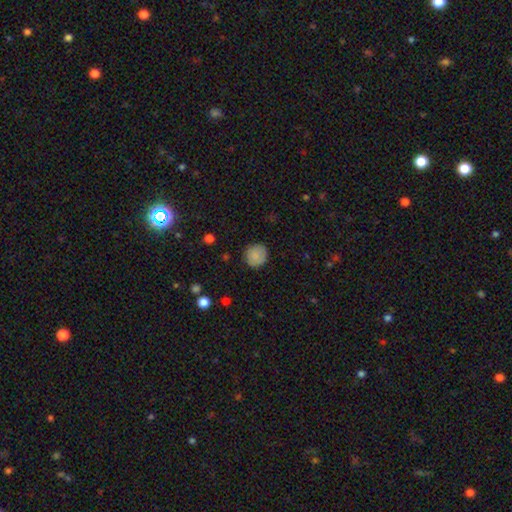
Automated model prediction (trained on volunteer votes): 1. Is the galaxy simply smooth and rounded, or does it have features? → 87% smooth, 8% star or artifact, 5% featured or disk.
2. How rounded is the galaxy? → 92% round, 8% in between, 1% cigar-shaped.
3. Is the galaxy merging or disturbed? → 88% none, 9% minor disturbance, 2% major disturbance, 1% merger.